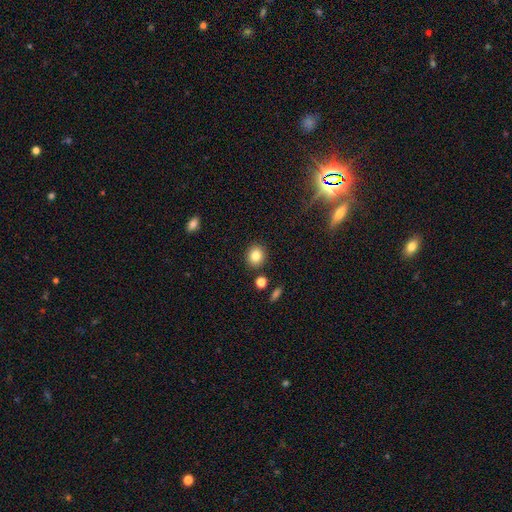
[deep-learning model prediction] Smooth or featured?
  - smooth: 83% *
  - star or artifact: 10%
  - featured or disk: 7%
How rounded?
  - round: 77% *
  - in between: 22%
  - cigar-shaped: 1%
Merging?
  - none: 87% *
  - minor disturbance: 7%
  - merger: 3%
  - major disturbance: 2%